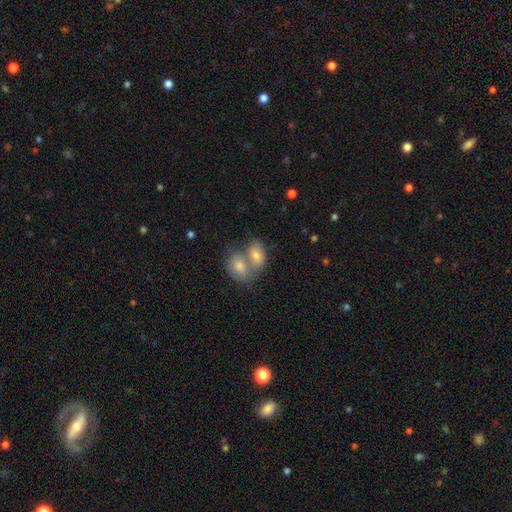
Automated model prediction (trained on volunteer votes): Smooth or featured? Predicted: smooth (p=0.73). How rounded? Predicted: in between (p=0.79). Merging? Predicted: merger (p=0.68).